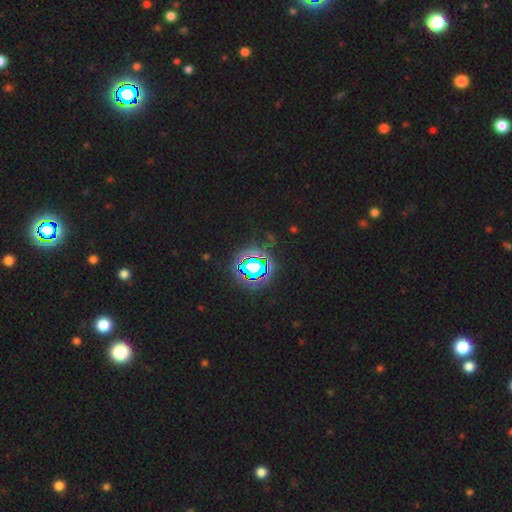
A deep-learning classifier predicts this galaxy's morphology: Smooth or featured?
  - star or artifact: 78% *
  - smooth: 14%
  - featured or disk: 8%